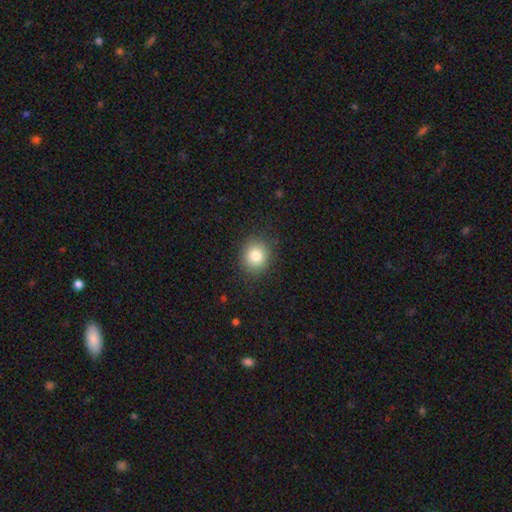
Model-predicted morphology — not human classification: Smooth or featured? Predicted: smooth (p=0.82). How rounded? Predicted: round (p=0.80). Merging? Predicted: none (p=0.89).